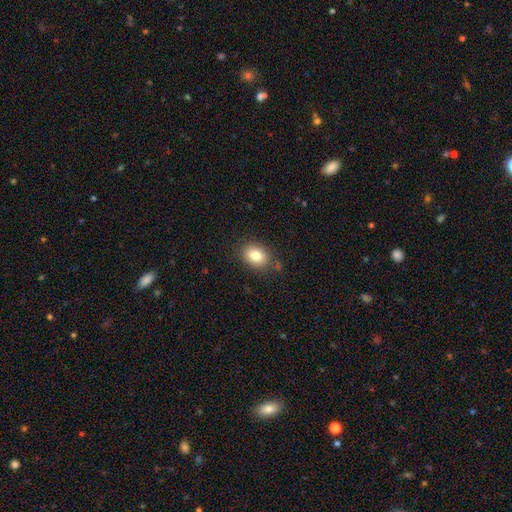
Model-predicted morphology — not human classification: A smooth galaxy with no disk features (81%) that is in between round and cigar-shaped (65%). Merging: none (80%).